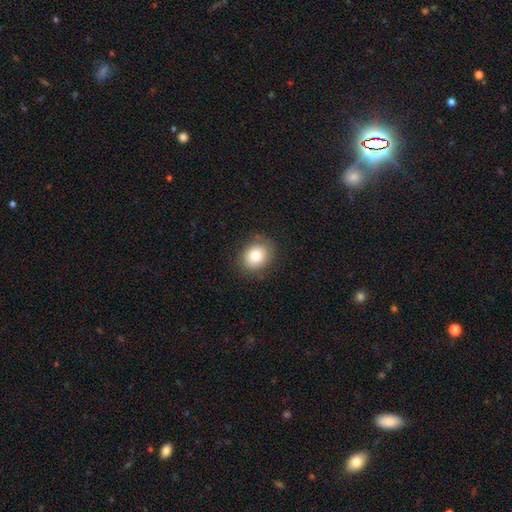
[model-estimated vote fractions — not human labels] smooth_or_featured: smooth (p=0.78) [alt: featured or disk p=0.12]
how_rounded: round (p=0.64) [alt: in between p=0.35]
merging: none (p=0.85) [alt: minor disturbance p=0.11]